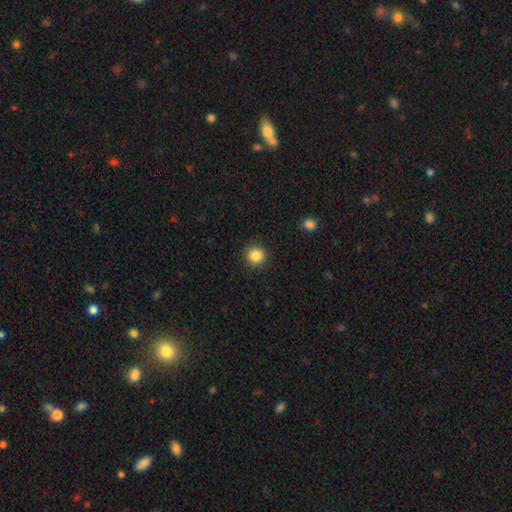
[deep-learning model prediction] The model was most divided on "smooth or featured": smooth: 86%, star or artifact: 10%, featured or disk: 4%. More confident: how rounded — round (94%); merging — none (92%).